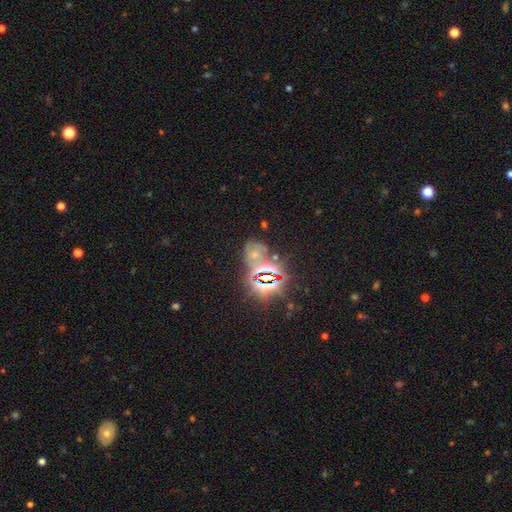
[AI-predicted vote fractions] This appears to be a star or artifact, not a galaxy (61%).